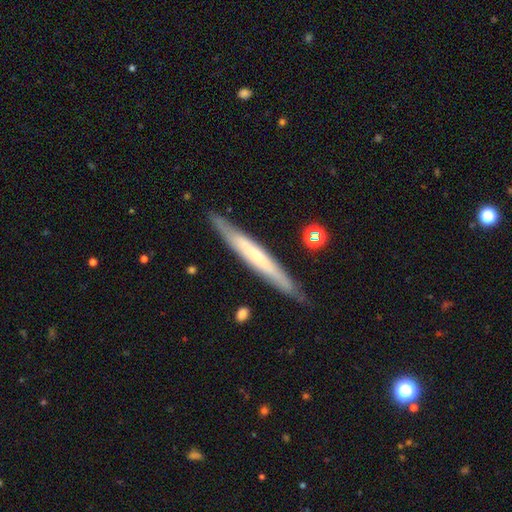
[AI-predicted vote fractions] Morphology: type=featured or disk (60%); edge-on=yes (89%); edge-on bulge=none (51%); merging=none (87%).